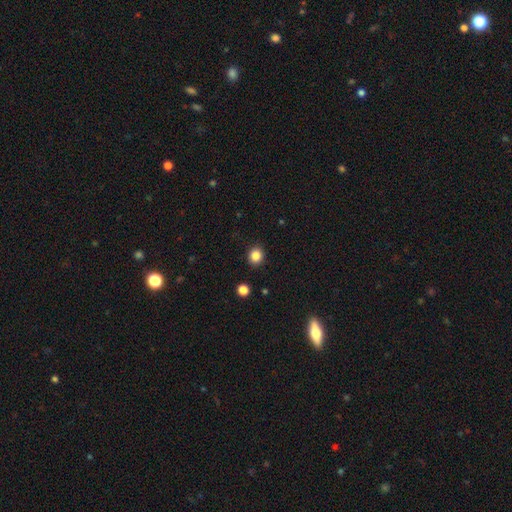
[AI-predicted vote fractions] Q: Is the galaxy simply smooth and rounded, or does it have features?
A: smooth — 85%.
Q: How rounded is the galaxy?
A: round — 79%.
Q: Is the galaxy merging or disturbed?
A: none — 91%.